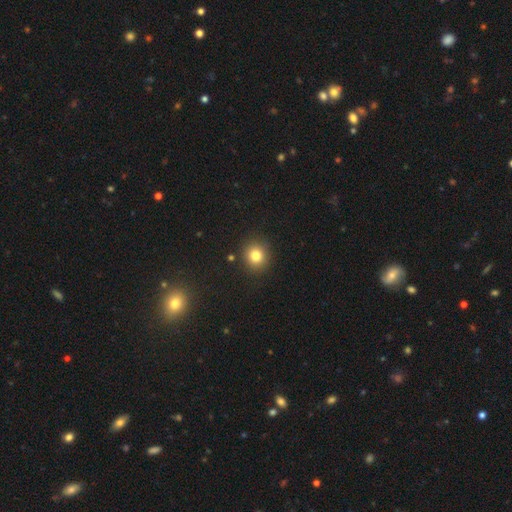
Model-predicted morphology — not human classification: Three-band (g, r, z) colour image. It shows a smooth galaxy with no disk features (80%) that is round (89%). Merging: none (90%).